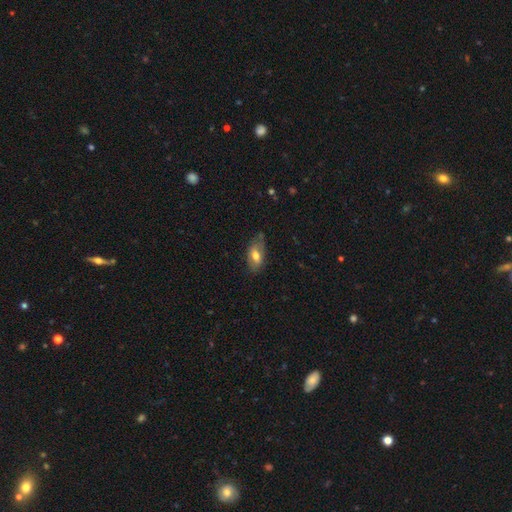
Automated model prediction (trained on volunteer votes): The model was most divided on "merging": none: 61%, minor disturbance: 29%, major disturbance: 7%, merger: 2%. More confident: how rounded — in between (90%); smooth or featured — smooth (63%).